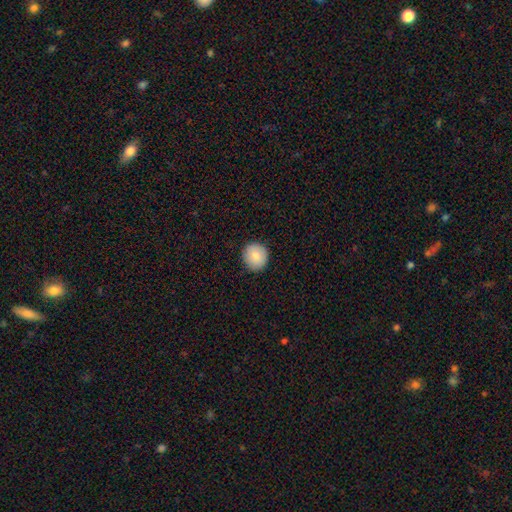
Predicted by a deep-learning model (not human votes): Morphology: type=smooth (86%); roundness=round (89%); merging=none (90%).